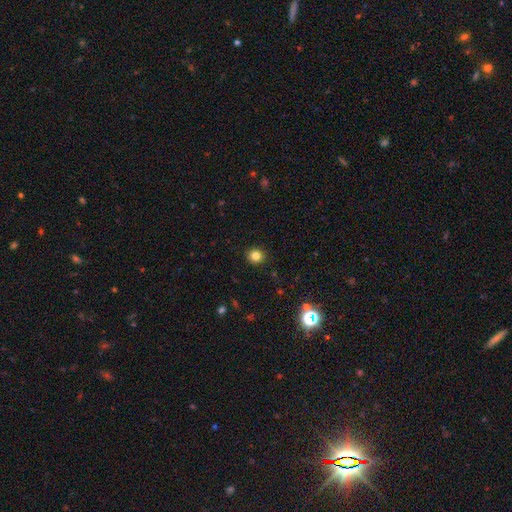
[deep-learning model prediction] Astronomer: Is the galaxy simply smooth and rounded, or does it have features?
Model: smooth — 81%.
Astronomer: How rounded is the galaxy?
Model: round — 89%.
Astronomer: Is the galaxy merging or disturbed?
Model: none — 92%.